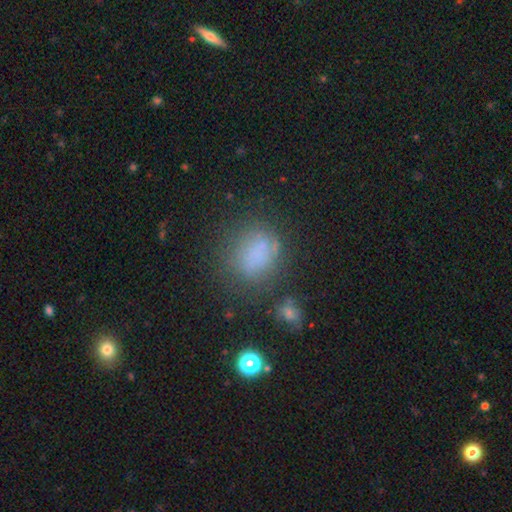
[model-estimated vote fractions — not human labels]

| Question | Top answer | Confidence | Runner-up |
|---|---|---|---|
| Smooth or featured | smooth | 66% | star or artifact (18%) |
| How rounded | round | 61% | in between (37%) |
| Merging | none | 56% | minor disturbance (22%) |